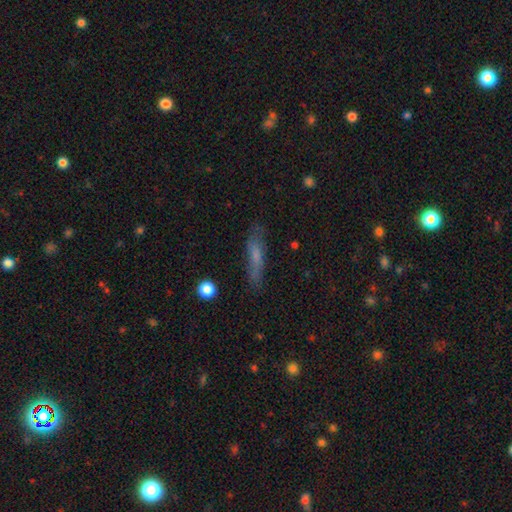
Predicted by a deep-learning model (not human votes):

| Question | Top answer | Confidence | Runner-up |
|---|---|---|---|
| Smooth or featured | smooth | 57% | featured or disk (32%) |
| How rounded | cigar-shaped | 78% | in between (19%) |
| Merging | none | 73% | minor disturbance (19%) |